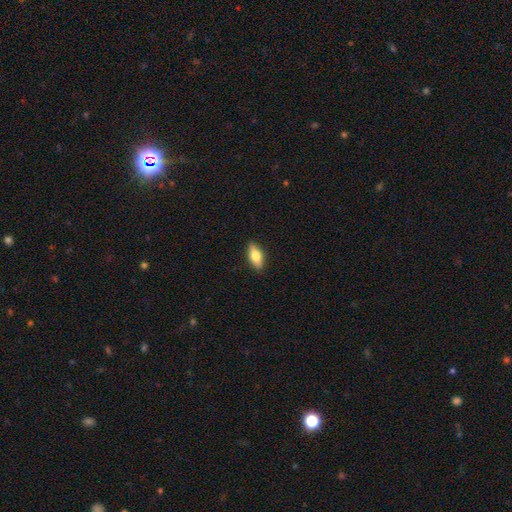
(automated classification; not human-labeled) A smooth galaxy with no disk features (70%) that is in between round and cigar-shaped (81%).

Vote fractions:
- Smooth or featured? smooth: 70% / featured or disk: 24% / star or artifact: 6%
- How rounded? in between: 81% / cigar-shaped: 16% / round: 3%
- Merging? none: 89% / minor disturbance: 8% / major disturbance: 2% / merger: 1%